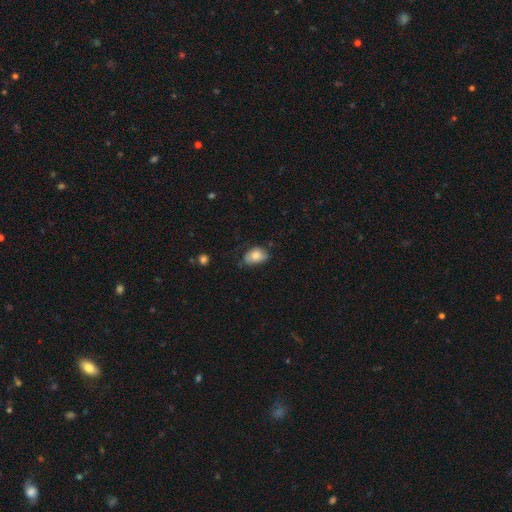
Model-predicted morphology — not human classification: smooth 81%, featured or disk 12%, star or artifact 8%. Down the decision tree: how rounded — in between (83%); merging — none (53%).